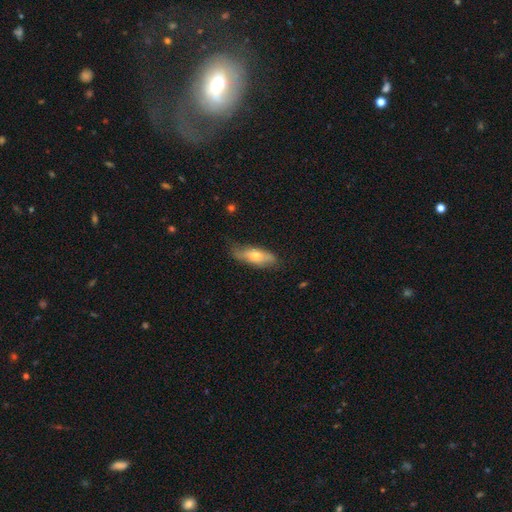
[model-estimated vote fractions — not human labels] Smooth or featured? Predicted: smooth (p=0.62). How rounded? Predicted: in between (p=0.59). Merging? Predicted: none (p=0.70).